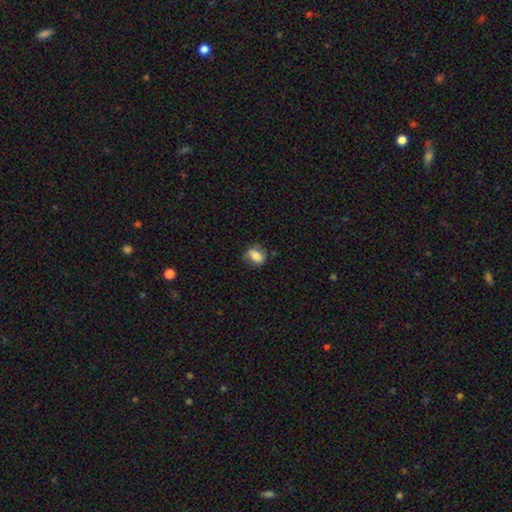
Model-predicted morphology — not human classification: Overall: smooth (66%). How rounded: in between (71%). Merging: none (58%; minor disturbance 28%).